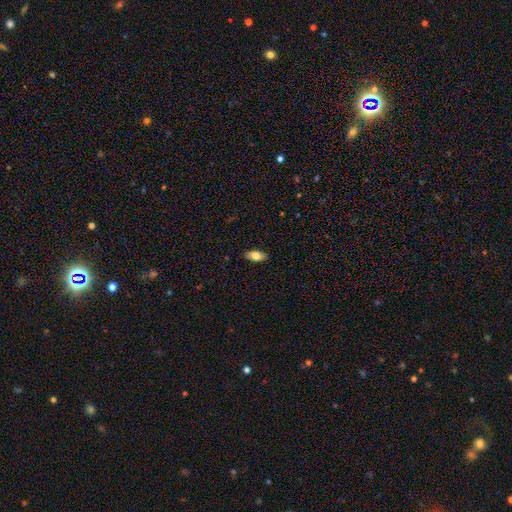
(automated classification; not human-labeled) Smooth or featured? smooth (77%)
How rounded? in between (89%)
Merging? none (88%)